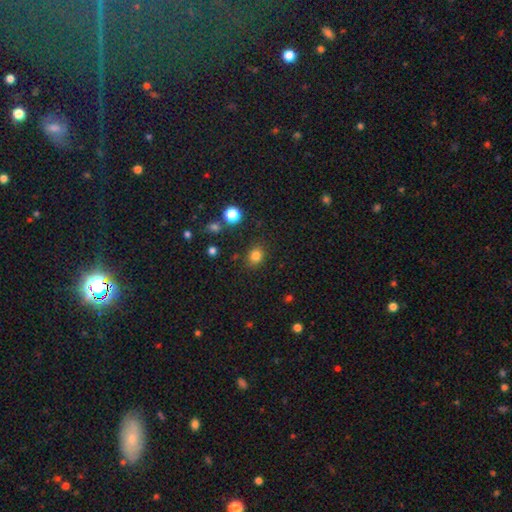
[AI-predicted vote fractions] Smooth or featured? smooth (82%)
How rounded? round (62%)
Merging? none (84%)